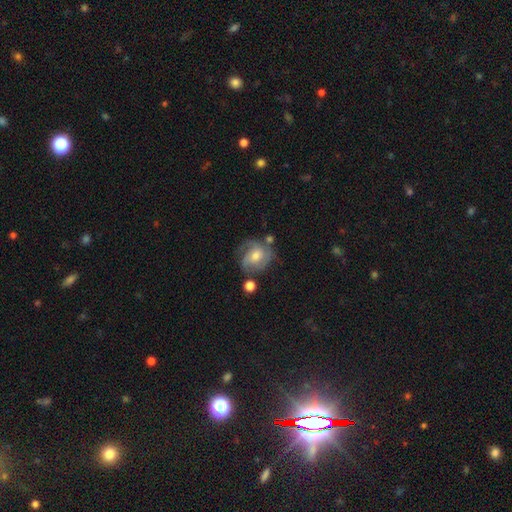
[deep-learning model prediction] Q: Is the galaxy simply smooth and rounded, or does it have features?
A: featured or disk — 70%.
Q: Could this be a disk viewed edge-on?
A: no — 97%.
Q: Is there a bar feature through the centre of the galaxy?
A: no — 57%.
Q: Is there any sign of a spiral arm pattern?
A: yes — 90%.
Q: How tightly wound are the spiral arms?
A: tight — 43%.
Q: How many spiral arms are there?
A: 2 — 38%.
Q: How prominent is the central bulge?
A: moderate — 62%.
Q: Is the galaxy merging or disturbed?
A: none — 57%.